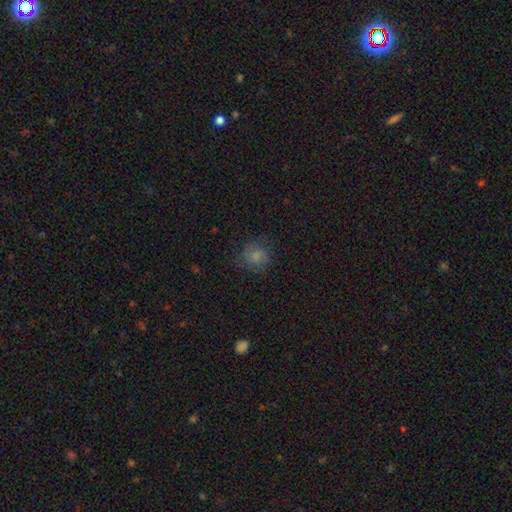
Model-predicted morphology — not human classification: Smooth or featured? smooth (77%)
How rounded? round (84%)
Merging? none (74%)